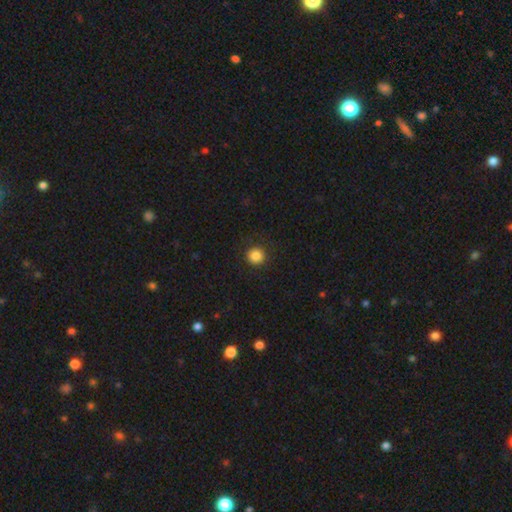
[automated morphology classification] Overall: smooth (85%). How rounded: round (95%). Merging: none (91%).